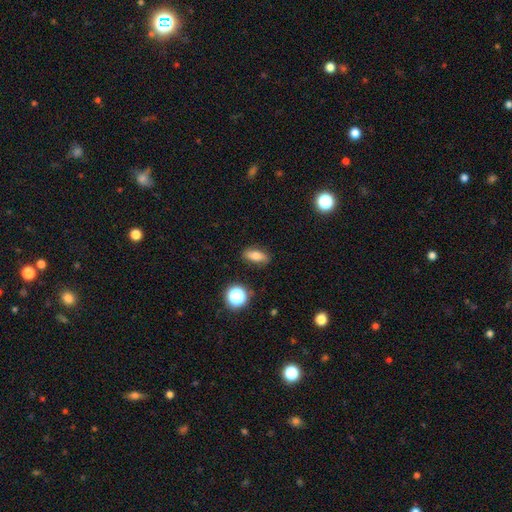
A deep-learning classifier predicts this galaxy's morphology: Q: Smooth or featured?
A: smooth (73%); runner-up: featured or disk (16%)
Q: How rounded?
A: in between (70%); runner-up: cigar-shaped (21%)
Q: Merging?
A: none (86%); runner-up: minor disturbance (10%)